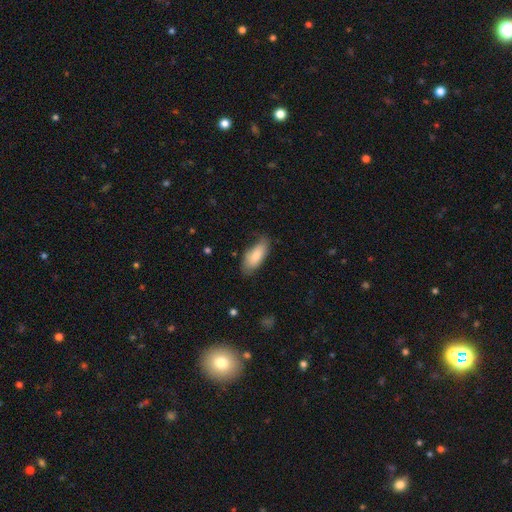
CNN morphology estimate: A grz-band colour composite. It shows a smooth galaxy with no disk features (78%) that is in between round and cigar-shaped (87%). Merging: none (66%).